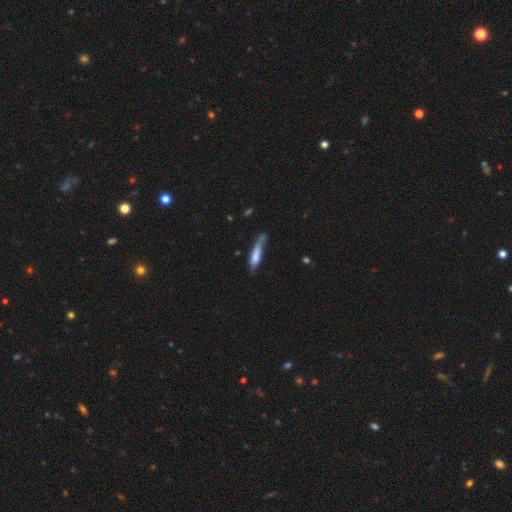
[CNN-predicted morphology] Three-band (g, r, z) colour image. It shows a smooth galaxy with no disk features (65%) that is cigar-shaped (77%). Merging: none (42%).